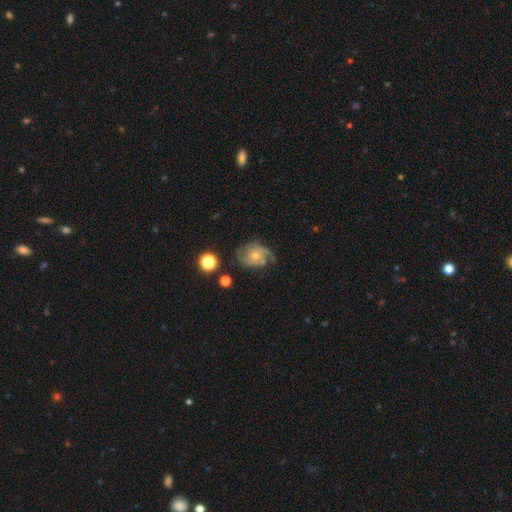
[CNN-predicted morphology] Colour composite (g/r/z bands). It shows a featured or disk galaxy (66%) with no bar (78%), 2 (63%) medium (43%) spiral arms (86%) and a small central bulge (55%). Merging: none (55%).